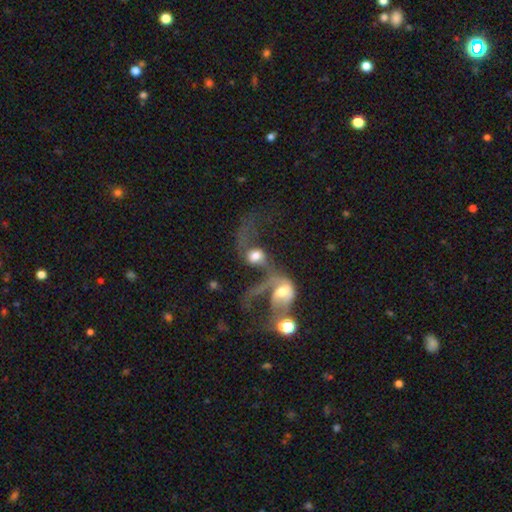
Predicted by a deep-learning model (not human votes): This is possibly a featured or disk galaxy (60%). It is clearly not viewed edge-on (94%). Bar: likely no (60%). Spiral arm pattern: likely yes (75%). Central bulge: possibly moderate (46%). Merging: likely merger (76%).